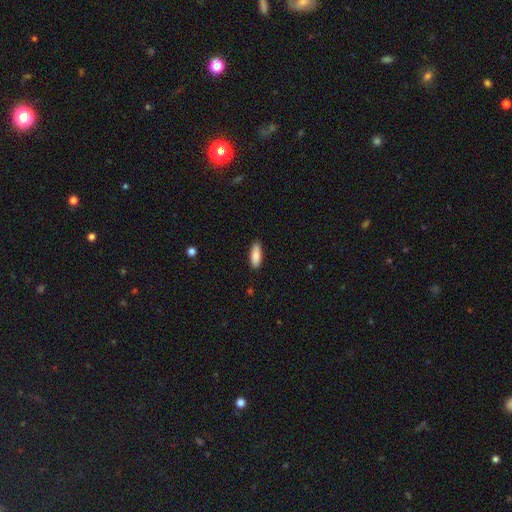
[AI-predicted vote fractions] A smooth galaxy with no disk features (87%) that is in between round and cigar-shaped (67%). Merging: none (88%).